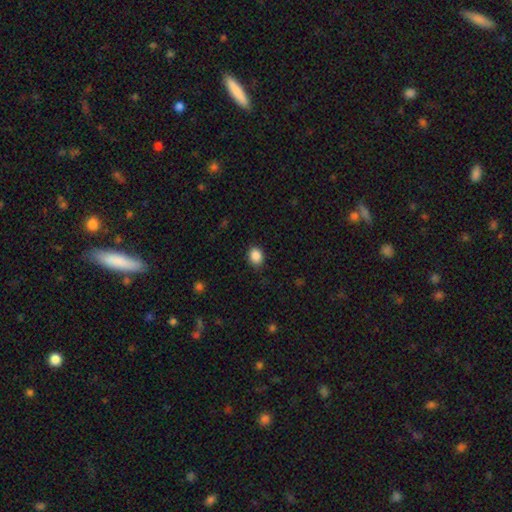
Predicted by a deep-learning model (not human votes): Smooth or featured? Predicted: smooth (p=0.88). How rounded? Predicted: in between (p=0.50). Merging? Predicted: none (p=0.85).